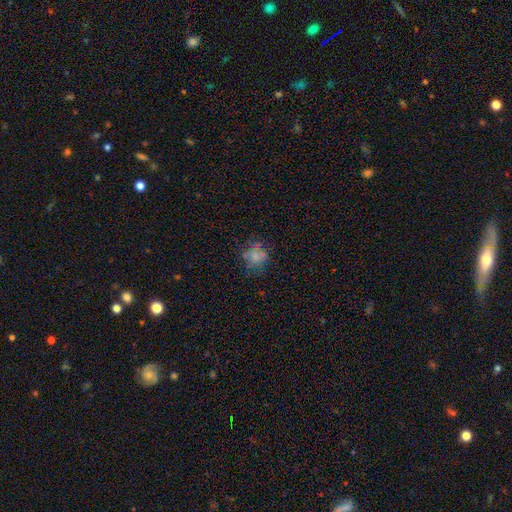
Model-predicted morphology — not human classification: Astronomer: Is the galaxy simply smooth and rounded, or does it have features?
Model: smooth — 58%.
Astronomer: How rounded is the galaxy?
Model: round — 69%.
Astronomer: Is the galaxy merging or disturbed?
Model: none — 56%.